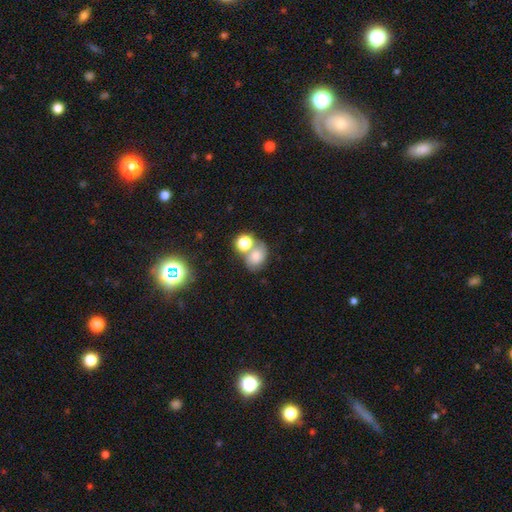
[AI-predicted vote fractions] Morphology: type=smooth (67%); roundness=in between (51%); merging=merger (41%, tied with none).